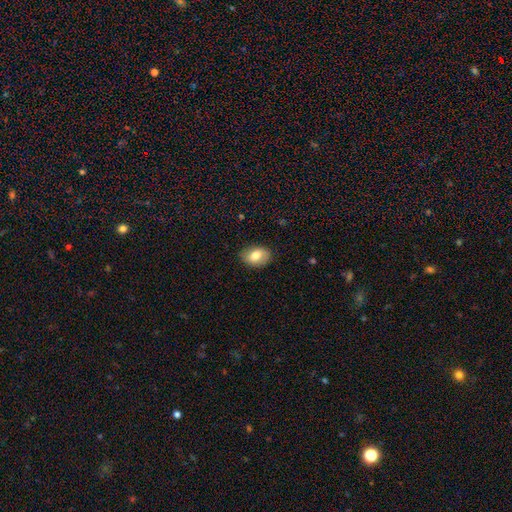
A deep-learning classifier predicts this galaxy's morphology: Smooth or featured?
  - smooth: 72% *
  - featured or disk: 20%
  - star or artifact: 7%
How rounded?
  - in between: 81% *
  - round: 17%
  - cigar-shaped: 1%
Merging?
  - none: 82% *
  - minor disturbance: 14%
  - major disturbance: 3%
  - merger: 1%